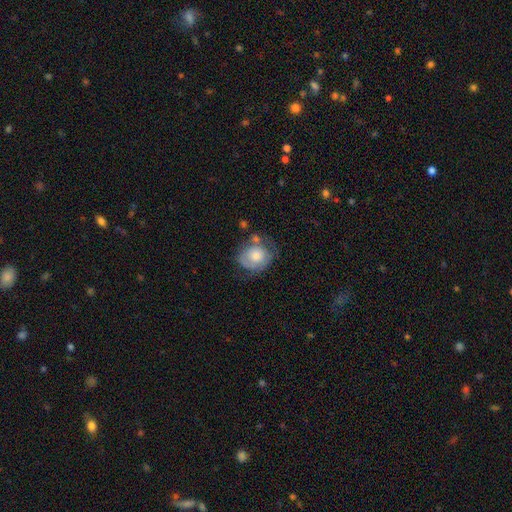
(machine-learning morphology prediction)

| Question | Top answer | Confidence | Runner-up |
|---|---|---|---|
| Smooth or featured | smooth | 57% | featured or disk (36%) |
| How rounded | round | 61% | in between (38%) |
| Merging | none | 42% | minor disturbance (30%) |